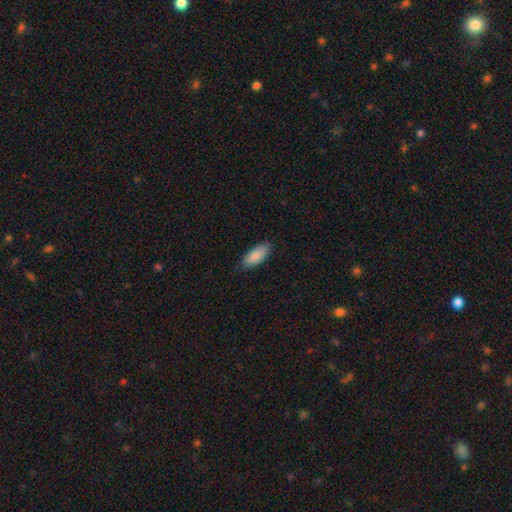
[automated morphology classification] Q: Smooth or featured?
A: smooth (89%); runner-up: star or artifact (6%)
Q: How rounded?
A: in between (82%); runner-up: cigar-shaped (16%)
Q: Merging?
A: none (84%); runner-up: minor disturbance (13%)